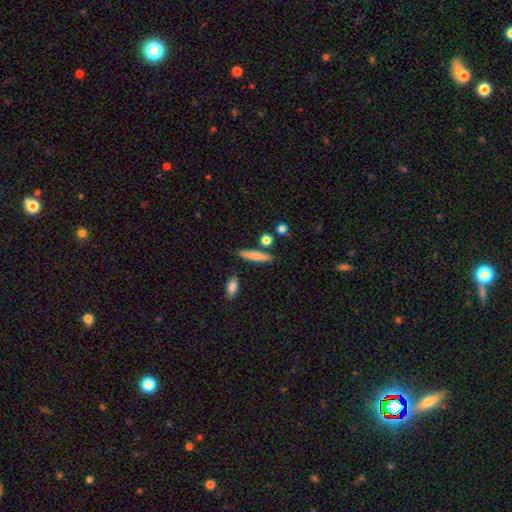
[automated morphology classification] This appears to be a smooth galaxy with no disk features (75%) that is cigar-shaped (85%). Merging: none (82%).